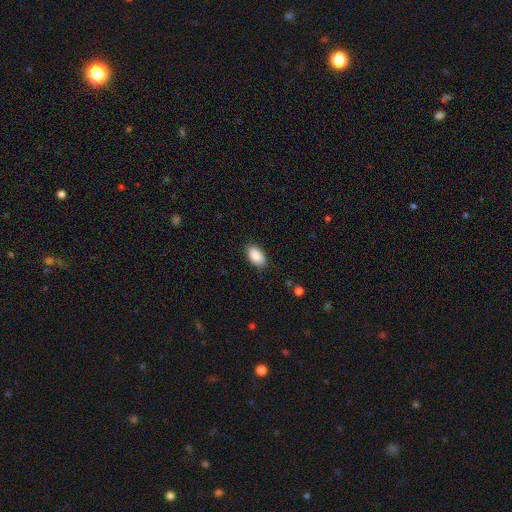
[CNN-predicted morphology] Smooth or featured: smooth — 90% (star or artifact — 7%)
How rounded: in between — 94% (round — 4%)
Merging: none — 87% (minor disturbance — 10%)